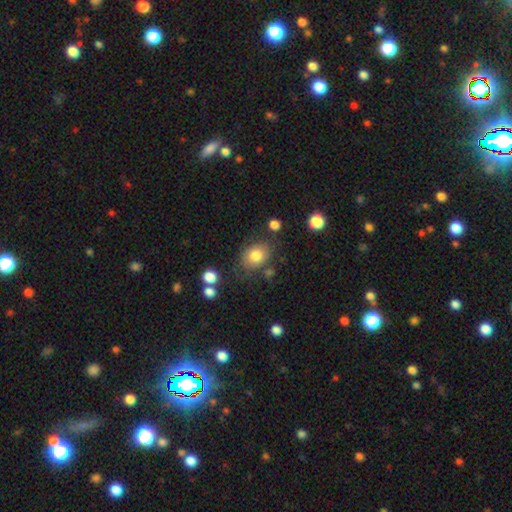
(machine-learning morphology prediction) Q: Smooth or featured?
A: smooth (79%); runner-up: featured or disk (12%)
Q: How rounded?
A: in between (57%); runner-up: round (42%)
Q: Merging?
A: none (71%); runner-up: minor disturbance (17%)